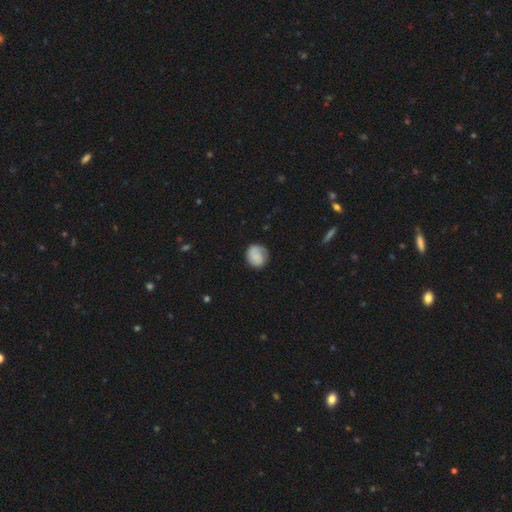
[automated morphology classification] A smooth galaxy with no disk features (76%) that is round (79%).

Vote fractions:
- Smooth or featured? smooth: 76% / featured or disk: 17% / star or artifact: 7%
- How rounded? round: 79% / in between: 20% / cigar-shaped: 1%
- Merging? none: 72% / minor disturbance: 21% / major disturbance: 6% / merger: 1%